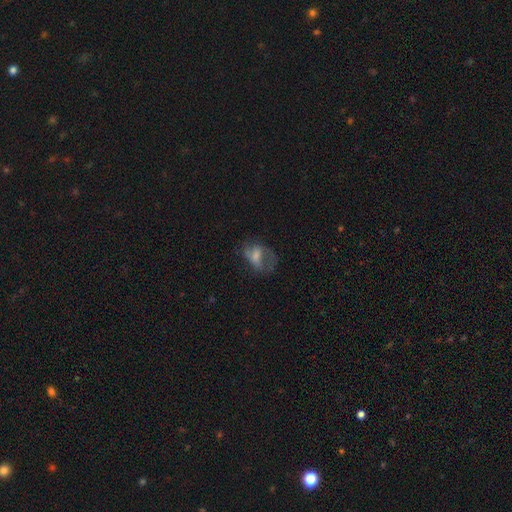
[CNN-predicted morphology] Smooth or featured? Predicted: featured or disk (p=0.47). Merging? Predicted: none (p=0.38, tied with major disturbance).